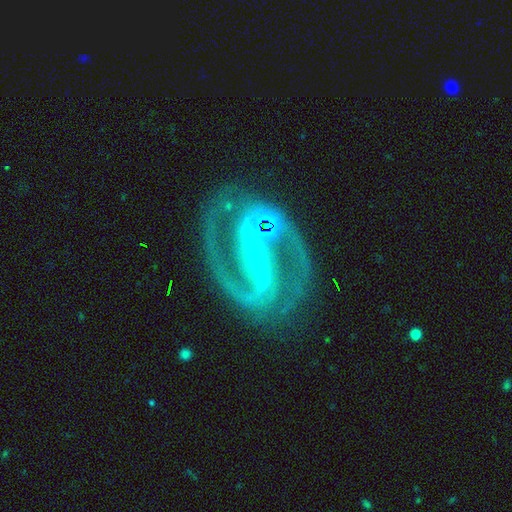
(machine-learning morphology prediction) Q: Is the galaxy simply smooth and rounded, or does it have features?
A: featured or disk — 92%.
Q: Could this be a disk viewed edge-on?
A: no — 97%.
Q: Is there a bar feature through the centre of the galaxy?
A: strong — 73%.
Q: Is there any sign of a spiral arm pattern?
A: yes — 98%.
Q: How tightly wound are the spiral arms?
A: medium — 59%.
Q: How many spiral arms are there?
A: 2 — 91%.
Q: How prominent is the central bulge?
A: small — 84%.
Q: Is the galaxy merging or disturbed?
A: none — 70%.